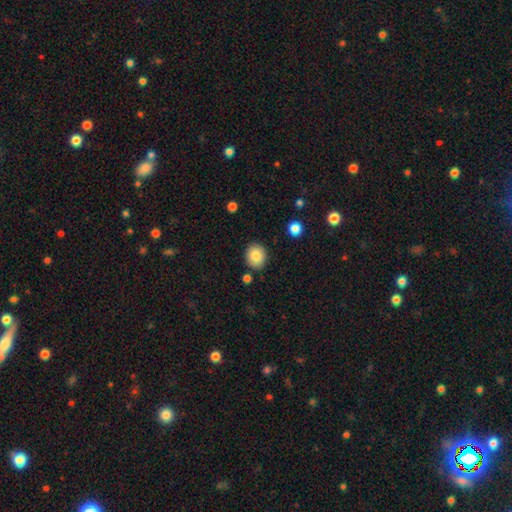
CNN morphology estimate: smooth_or_featured: smooth (p=0.84) [alt: star or artifact p=0.09]
how_rounded: round (p=0.70) [alt: in between p=0.29]
merging: none (p=0.86) [alt: minor disturbance p=0.09]